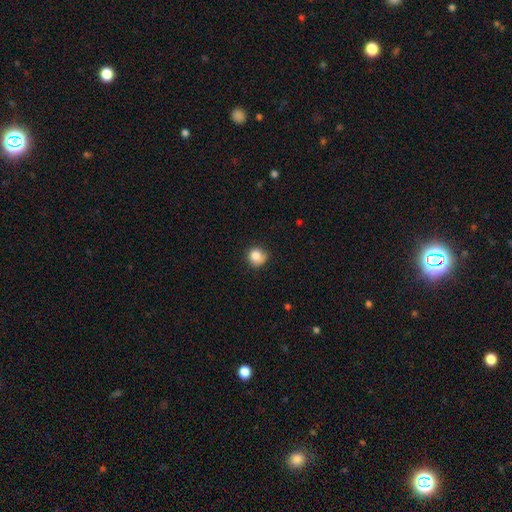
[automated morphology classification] smooth-or-featured: smooth: 83% | star or artifact: 10% | featured or disk: 7%
  how-rounded: round: 88% | in between: 11% | cigar-shaped: 1%
  merging: none: 69% | minor disturbance: 24% | major disturbance: 6% | merger: 2%